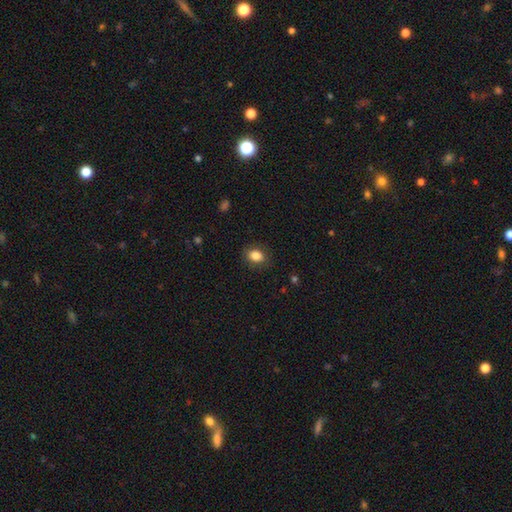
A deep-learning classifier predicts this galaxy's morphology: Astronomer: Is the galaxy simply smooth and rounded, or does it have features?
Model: smooth — 85%.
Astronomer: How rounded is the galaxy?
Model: in between — 60% (runner-up: round, 38%).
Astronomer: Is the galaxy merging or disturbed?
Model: none — 86%.